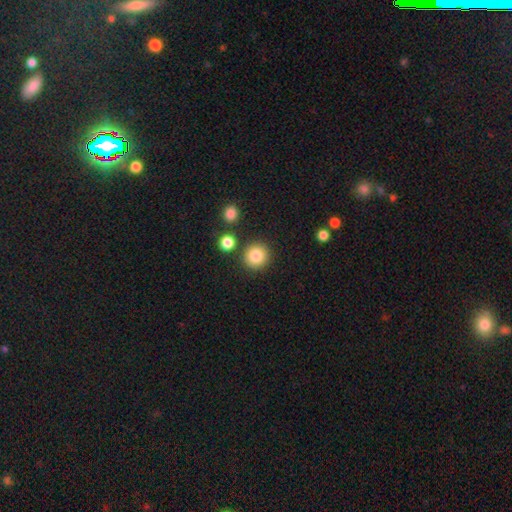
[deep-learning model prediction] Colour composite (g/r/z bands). It shows a smooth galaxy with no disk features (84%) that is round (93%). Merging: none (87%).